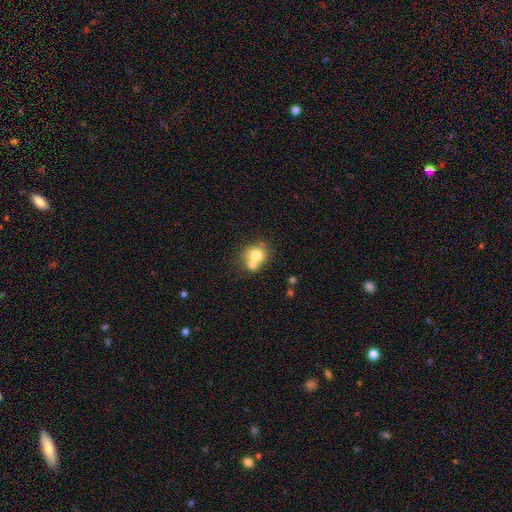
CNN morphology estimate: The model was most divided on "merging": merger: 50%, none: 39%, minor disturbance: 8%, major disturbance: 3%. More confident: how rounded — round (77%); smooth or featured — smooth (72%).